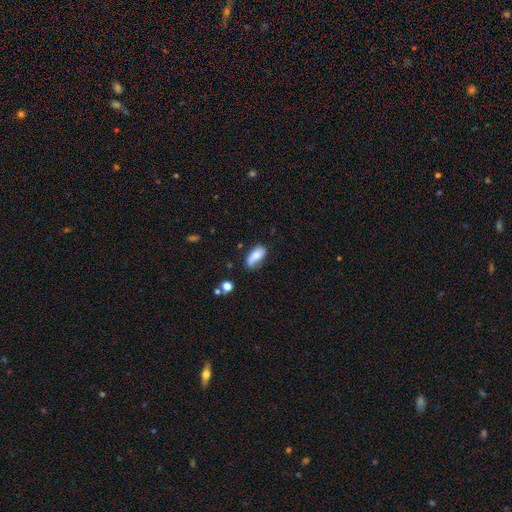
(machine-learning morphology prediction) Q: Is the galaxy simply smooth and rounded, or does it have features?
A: smooth — 74%.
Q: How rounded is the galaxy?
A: in between — 86%.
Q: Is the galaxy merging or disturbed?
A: none — 54%.